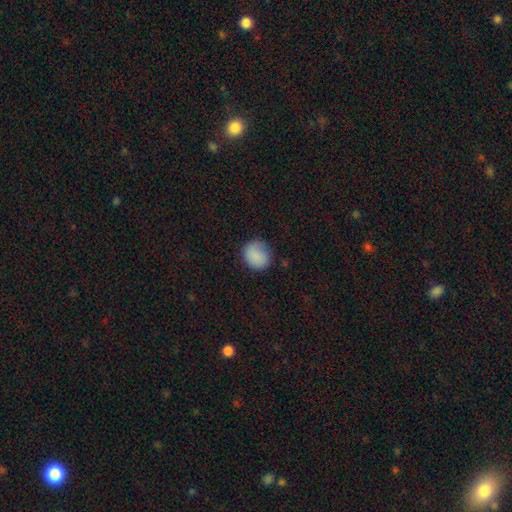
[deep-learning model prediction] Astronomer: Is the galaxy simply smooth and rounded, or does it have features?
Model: smooth — 87%.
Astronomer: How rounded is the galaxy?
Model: round — 79%.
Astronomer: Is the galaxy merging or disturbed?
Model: none — 79%.